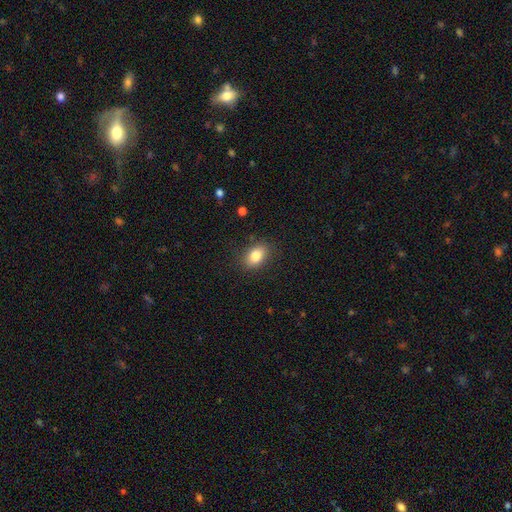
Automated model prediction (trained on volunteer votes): This appears to be a smooth galaxy with no disk features (82%) that is in between round and cigar-shaped (79%). Merging: none (85%).